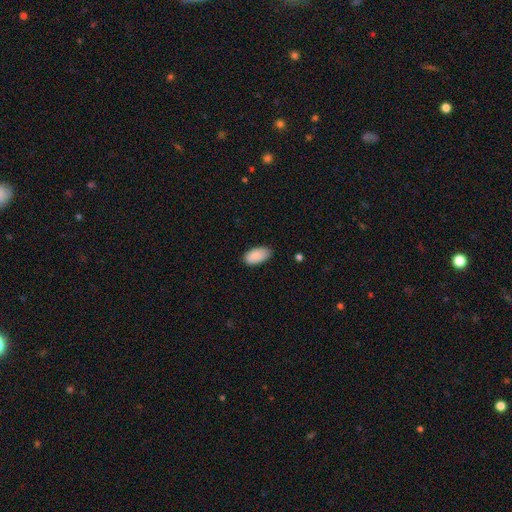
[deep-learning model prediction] The model was most divided on "merging": none: 80%, minor disturbance: 16%, major disturbance: 2%, merger: 1%. More confident: how rounded — in between (95%); smooth or featured — smooth (86%).